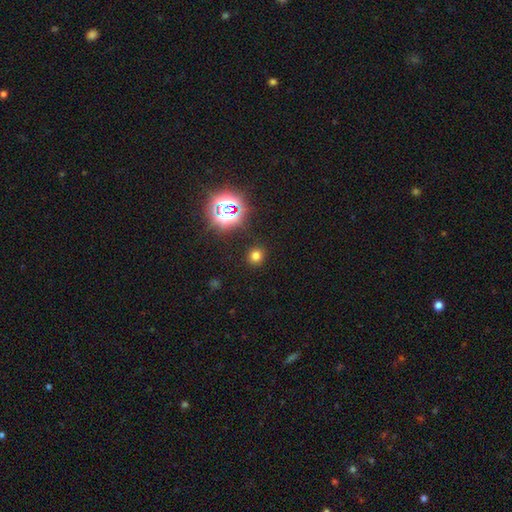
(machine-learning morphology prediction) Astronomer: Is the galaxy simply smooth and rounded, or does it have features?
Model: smooth — 72%.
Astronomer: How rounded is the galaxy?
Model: round — 90%.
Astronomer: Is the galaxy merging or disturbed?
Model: none — 90%.